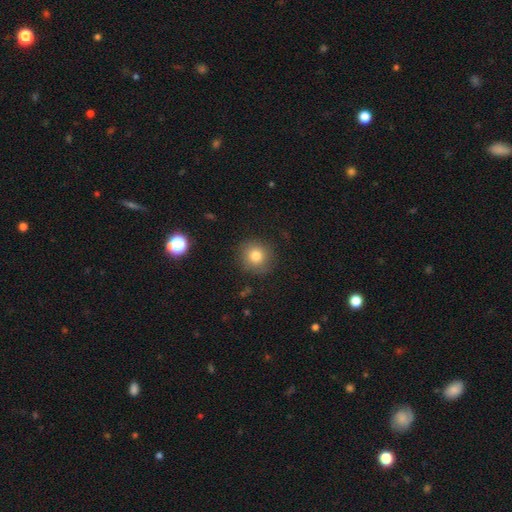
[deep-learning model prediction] smooth_or_featured: smooth (p=0.79) [alt: star or artifact p=0.11]
how_rounded: round (p=0.92) [alt: in between p=0.07]
merging: none (p=0.86) [alt: minor disturbance p=0.09]